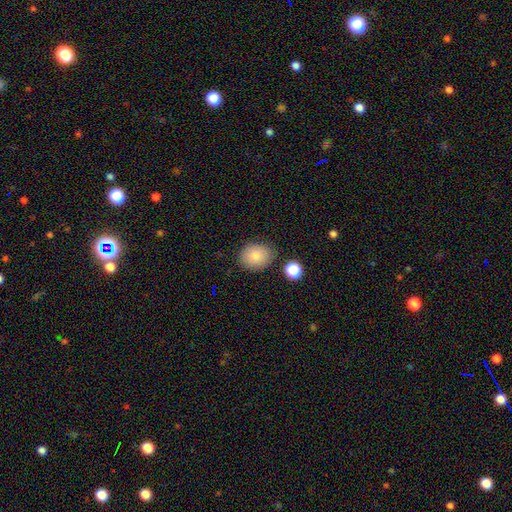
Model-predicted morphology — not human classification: Smooth or featured?
  - smooth: 82% *
  - star or artifact: 9%
  - featured or disk: 9%
How rounded?
  - in between: 51% *
  - round: 48%
  - cigar-shaped: 1%
Merging?
  - none: 81% *
  - minor disturbance: 12%
  - merger: 4%
  - major disturbance: 3%